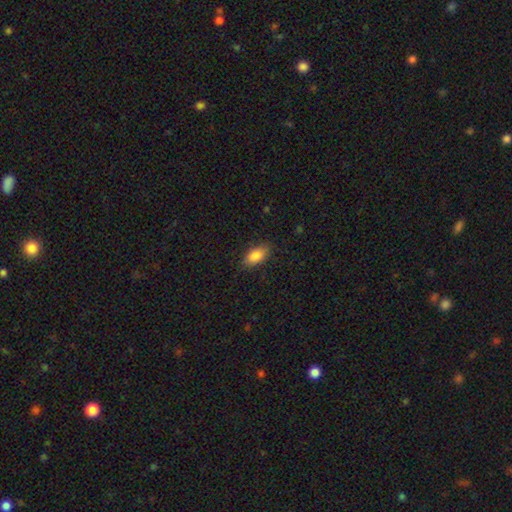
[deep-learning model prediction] A smooth galaxy with no disk features (86%) that is in between round and cigar-shaped (90%).

Vote fractions:
- Smooth or featured? smooth: 86% / star or artifact: 7% / featured or disk: 7%
- How rounded? in between: 90% / cigar-shaped: 6% / round: 4%
- Merging? none: 82% / minor disturbance: 14% / major disturbance: 3% / merger: 1%